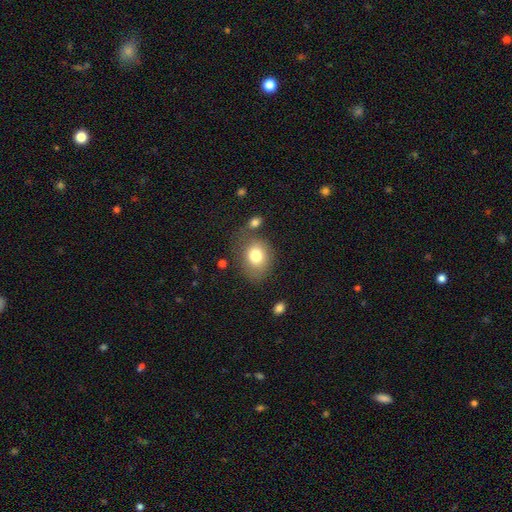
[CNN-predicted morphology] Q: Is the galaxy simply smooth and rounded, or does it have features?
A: smooth — 78%.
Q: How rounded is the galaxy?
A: round — 50%.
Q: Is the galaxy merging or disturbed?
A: none — 65%.